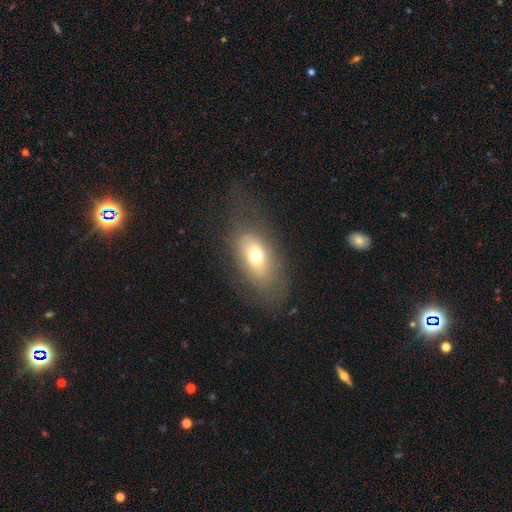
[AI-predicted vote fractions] Overall: smooth (64%; featured or disk 25%). How rounded: in between (85%). Merging: none (68%).